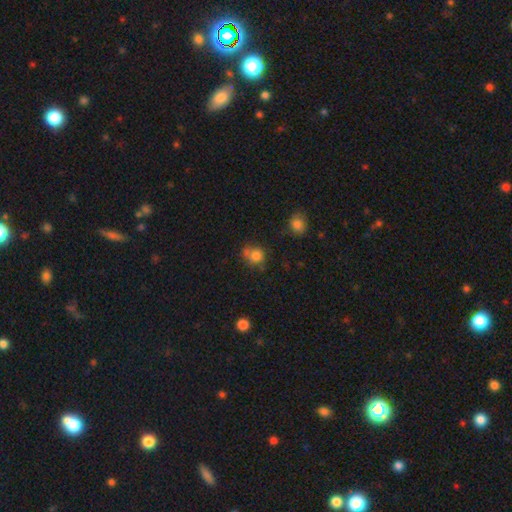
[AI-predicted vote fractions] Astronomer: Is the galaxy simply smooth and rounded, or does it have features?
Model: smooth — 75%.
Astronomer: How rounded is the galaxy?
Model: round — 73%.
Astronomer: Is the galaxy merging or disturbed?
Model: none — 52%.